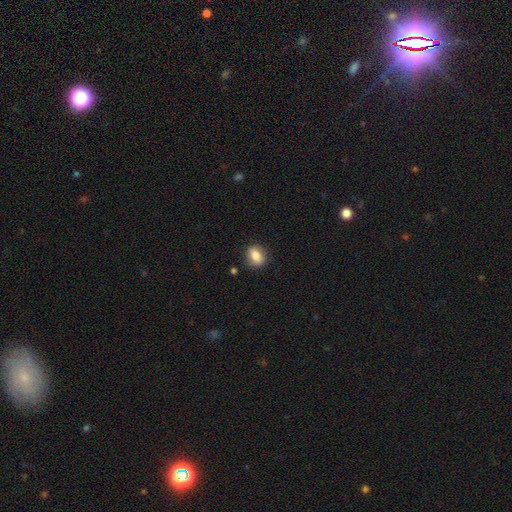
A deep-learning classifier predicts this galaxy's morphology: The model was most divided on "how rounded": in between: 58%, round: 40%, cigar-shaped: 3%. More confident: merging — none (86%); smooth or featured — smooth (79%).